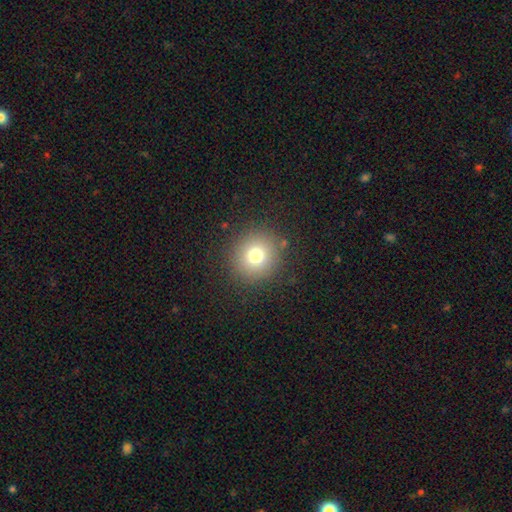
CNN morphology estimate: A smooth galaxy with no disk features (74%) that is round (92%). Merging: none (88%).